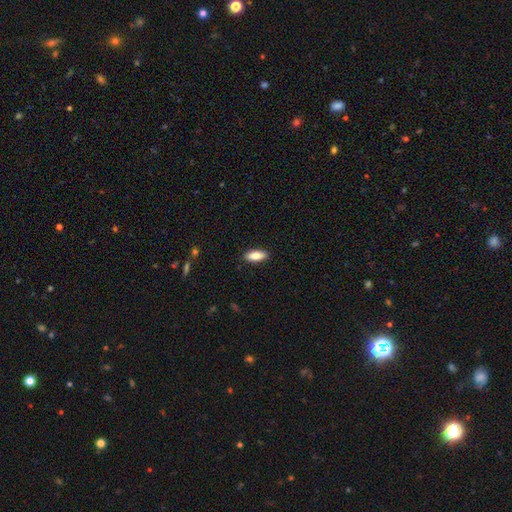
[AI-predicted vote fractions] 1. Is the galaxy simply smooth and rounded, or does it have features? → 82% smooth, 12% featured or disk, 6% star or artifact.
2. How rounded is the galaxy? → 76% in between, 22% cigar-shaped, 2% round.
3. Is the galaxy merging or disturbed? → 89% none, 8% minor disturbance, 2% major disturbance, 1% merger.